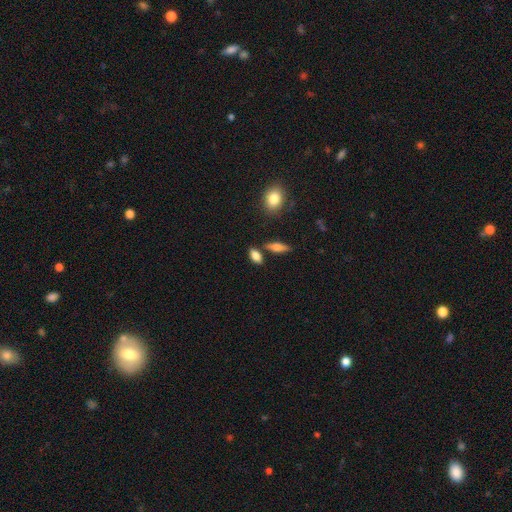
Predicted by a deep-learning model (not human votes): Morphology: type=smooth (78%); roundness=in between (82%); merging=none (75%).